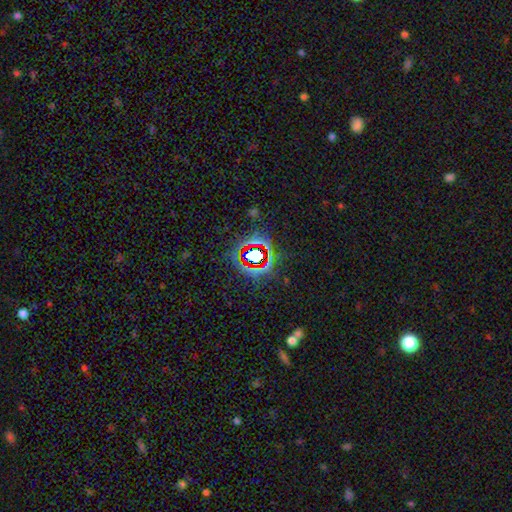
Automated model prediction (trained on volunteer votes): Smooth or featured? star or artifact (76%)